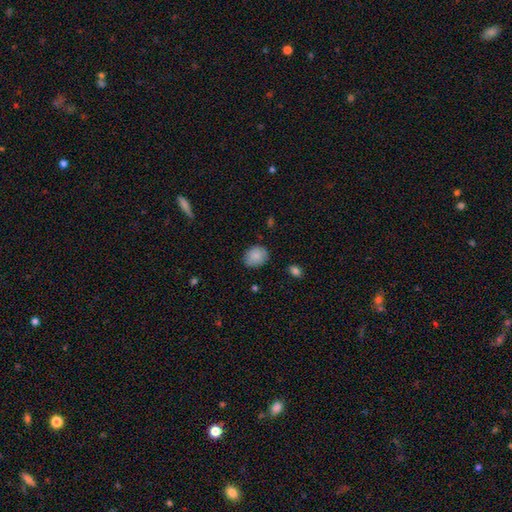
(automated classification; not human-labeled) Morphology: type=smooth (87%); roundness=round (59%); merging=none (81%).